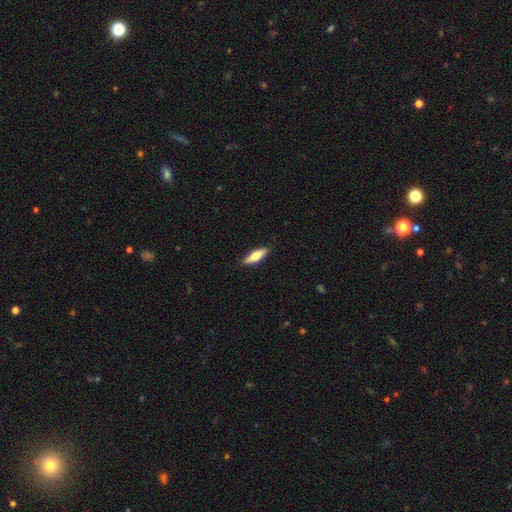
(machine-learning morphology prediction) This appears to be a smooth galaxy with no disk features (61%) that is cigar-shaped (61%). Merging: none (88%).